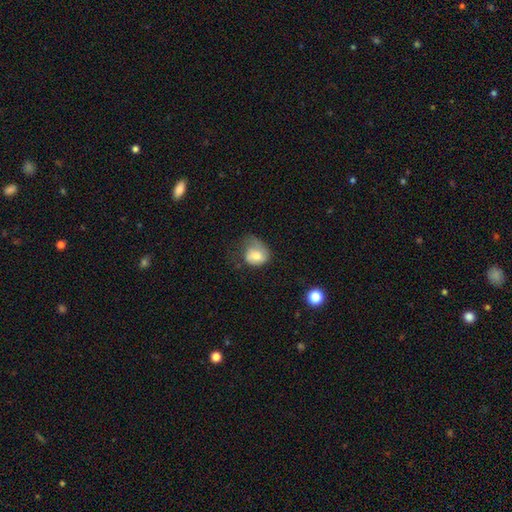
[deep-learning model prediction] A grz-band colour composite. It shows a smooth galaxy with no disk features (67%) that is round (55%). Merging: major disturbance (37%).